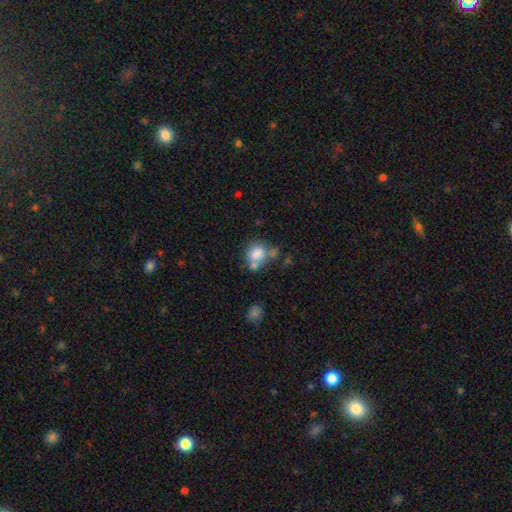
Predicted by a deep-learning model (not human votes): Q: Smooth or featured?
A: smooth (75%); runner-up: featured or disk (15%)
Q: How rounded?
A: round (60%); runner-up: in between (39%)
Q: Merging?
A: none (38%); runner-up: merger (35%)